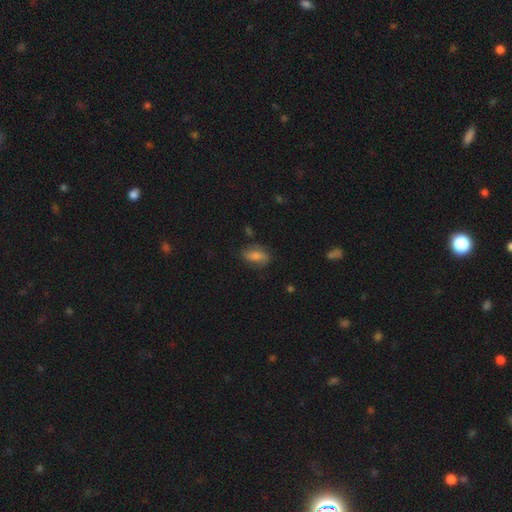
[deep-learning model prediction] A smooth galaxy with no disk features (62%) that is in between round and cigar-shaped (82%).

Vote fractions:
- Smooth or featured? smooth: 62% / featured or disk: 27% / star or artifact: 11%
- How rounded? in between: 82% / cigar-shaped: 10% / round: 8%
- Merging? none: 72% / minor disturbance: 20% / major disturbance: 6% / merger: 2%